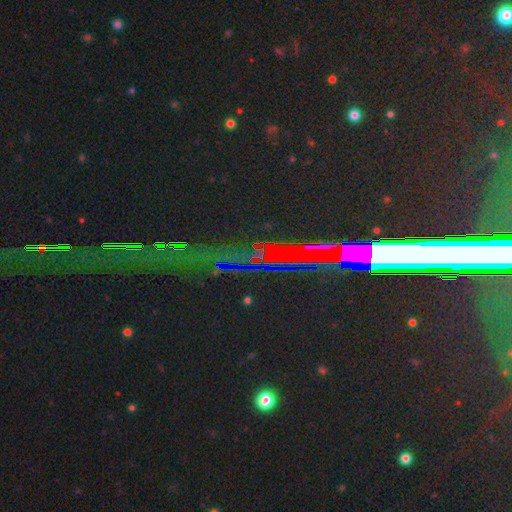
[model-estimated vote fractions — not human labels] Overall: star or artifact (78%).